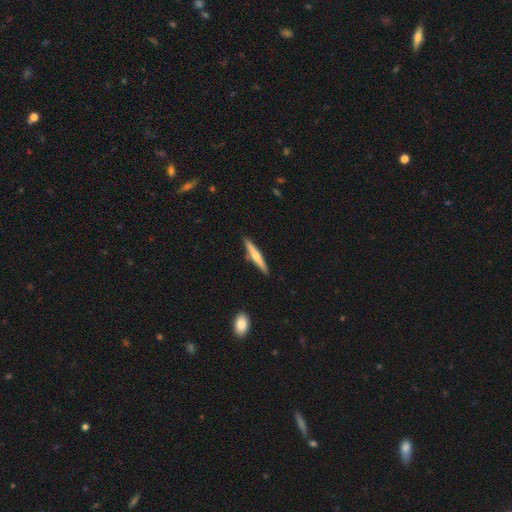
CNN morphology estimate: Smooth or featured? smooth (55%)
How rounded? cigar-shaped (93%)
Merging? none (88%)